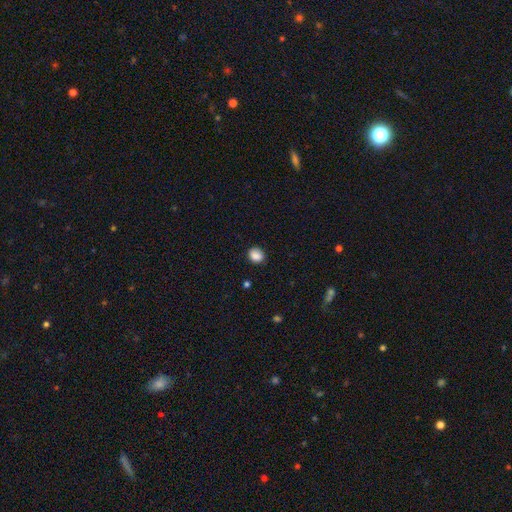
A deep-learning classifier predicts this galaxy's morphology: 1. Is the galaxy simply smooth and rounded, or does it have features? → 87% smooth, 9% star or artifact, 4% featured or disk.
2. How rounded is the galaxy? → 70% round, 29% in between, 1% cigar-shaped.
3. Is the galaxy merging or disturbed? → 87% none, 9% minor disturbance, 2% major disturbance, 1% merger.